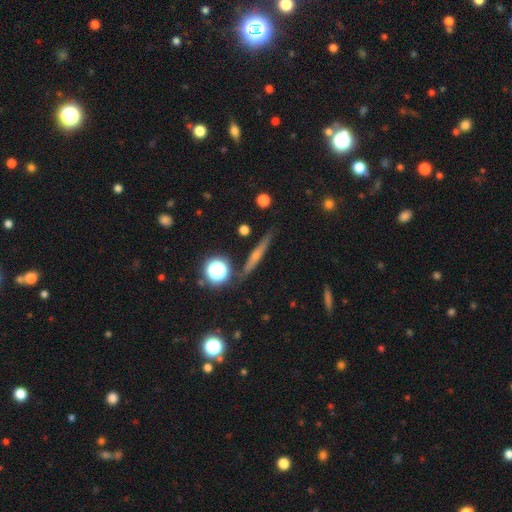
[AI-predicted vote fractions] A featured or disk galaxy (58%) viewed edge-on (95%) with a rounded central bulge (65%).

Vote fractions:
- Smooth or featured? featured or disk: 58% / smooth: 29% / star or artifact: 14%
- Edge-on disk? yes: 95% / no: 5%
- Edge-on bulge? rounded: 65% / none: 28% / boxy: 7%
- Merging? none: 88% / minor disturbance: 8% / merger: 2% / major disturbance: 2%